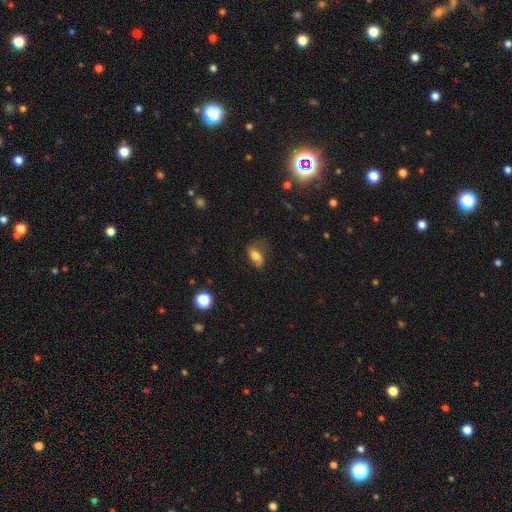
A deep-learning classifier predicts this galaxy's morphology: The model was most divided on "merging": none: 44%, minor disturbance: 31%, major disturbance: 22%, merger: 3%. More confident: how rounded — in between (86%); smooth or featured — smooth (69%).